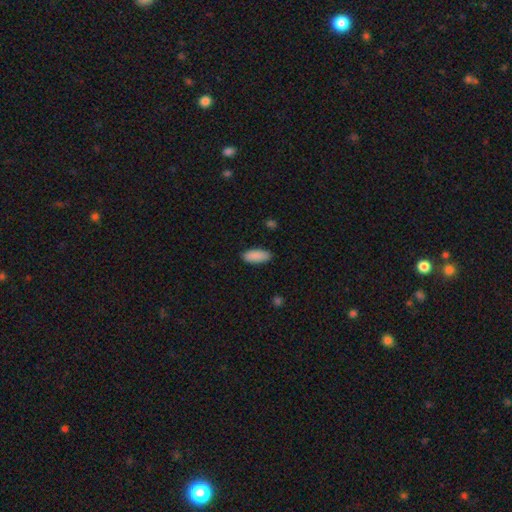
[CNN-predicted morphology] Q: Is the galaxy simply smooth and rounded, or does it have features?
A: smooth — 90%.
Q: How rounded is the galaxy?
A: in between — 84%.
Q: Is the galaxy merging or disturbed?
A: none — 86%.